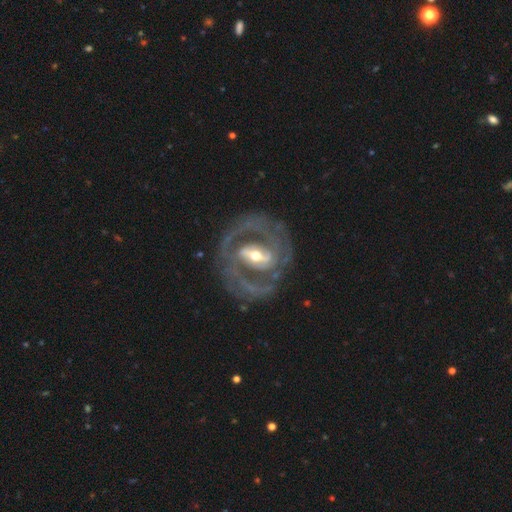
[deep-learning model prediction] This appears to be a featured or disk galaxy (89%) with a strong bar (55%), 2 (69%) tight (47%) spiral arms (90%) and a moderate central bulge (59%). Merging: none (72%).